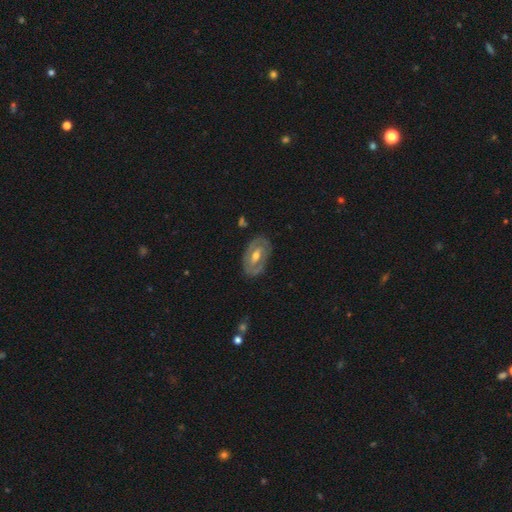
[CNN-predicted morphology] type=featured or disk (72%); edge-on=no (93%); bar=weak (43%); spiral arms=yes (56%); bulge=moderate (70%); merging=none (80%).